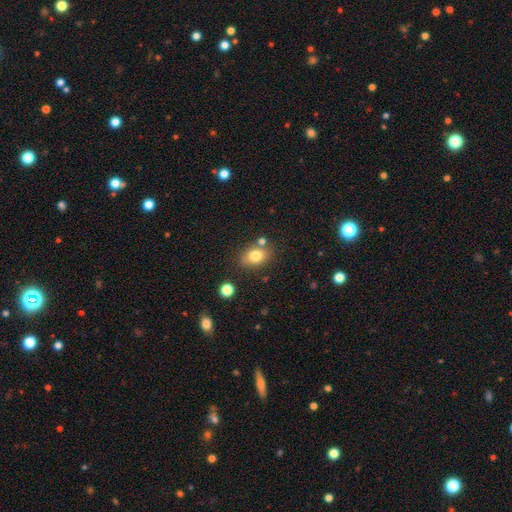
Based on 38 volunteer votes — Overall: smooth (87%). How rounded: in between (61%; round 39%). Merging: none (64%).